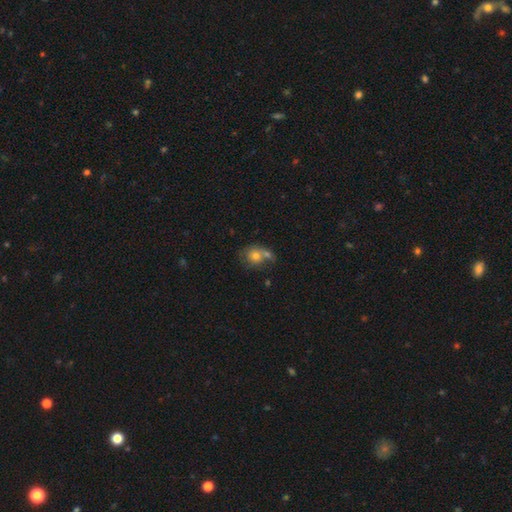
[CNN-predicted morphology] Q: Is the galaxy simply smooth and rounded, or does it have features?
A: smooth — 69%.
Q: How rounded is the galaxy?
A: round — 68%.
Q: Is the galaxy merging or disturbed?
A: merger — 45%.